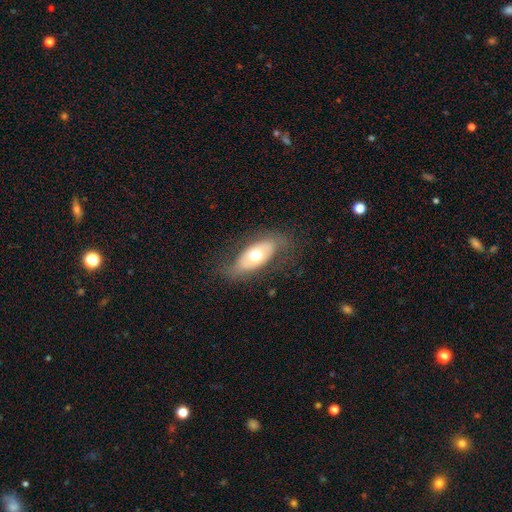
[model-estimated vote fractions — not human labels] smooth-or-featured: smooth: 47% (tied) | featured or disk: 47% (tied) | star or artifact: 6%
  merging: none: 71% | minor disturbance: 18% | major disturbance: 10% | merger: 1%